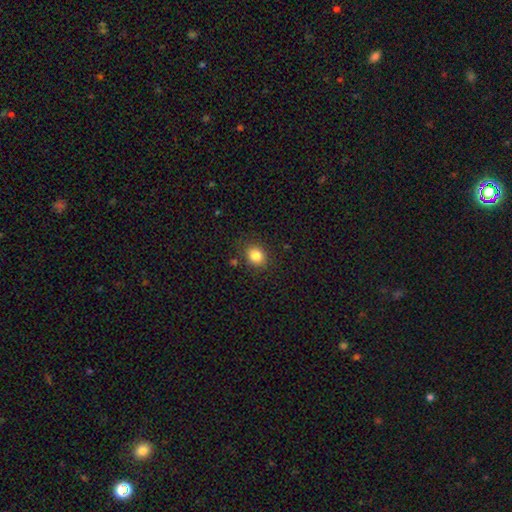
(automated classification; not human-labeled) This appears to be a smooth galaxy with no disk features (83%) that is round (60%). Merging: none (84%).